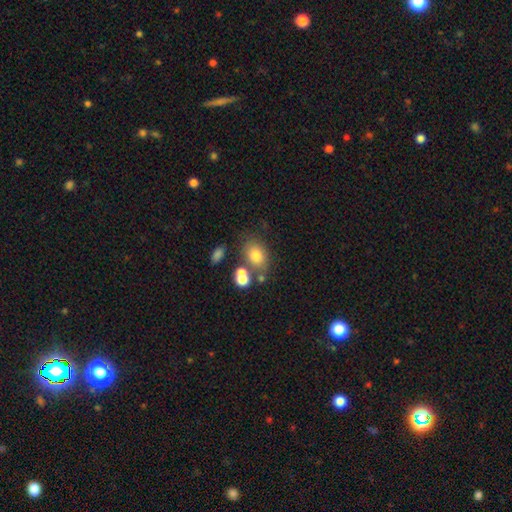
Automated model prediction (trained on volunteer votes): A smooth galaxy with no disk features (75%) that is in between round and cigar-shaped (66%). Merging: none (60%).